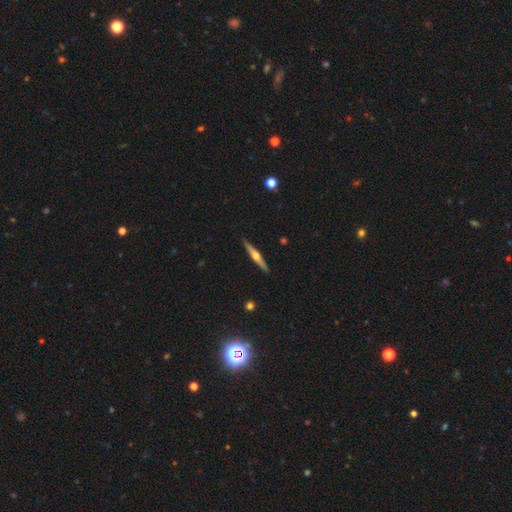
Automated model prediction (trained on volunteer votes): featured or disk 71%, smooth 23%, star or artifact 5%. Down the decision tree: edge-on disk — yes (98%); edge-on bulge — rounded (93%); merging — none (91%).